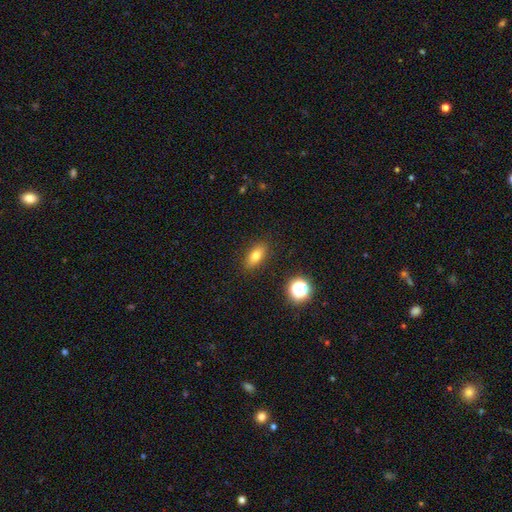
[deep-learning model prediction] This appears to be a smooth galaxy with no disk features (75%) that is in between round and cigar-shaped (78%). Merging: none (88%).